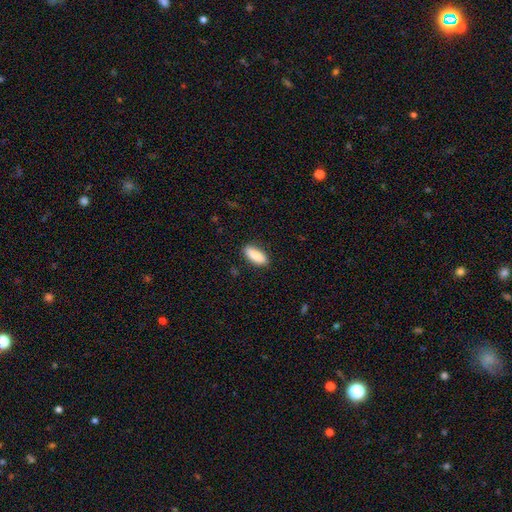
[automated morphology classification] Smooth or featured: smooth — 88% (featured or disk — 6%)
How rounded: in between — 72% (cigar-shaped — 26%)
Merging: none — 86% (minor disturbance — 11%)